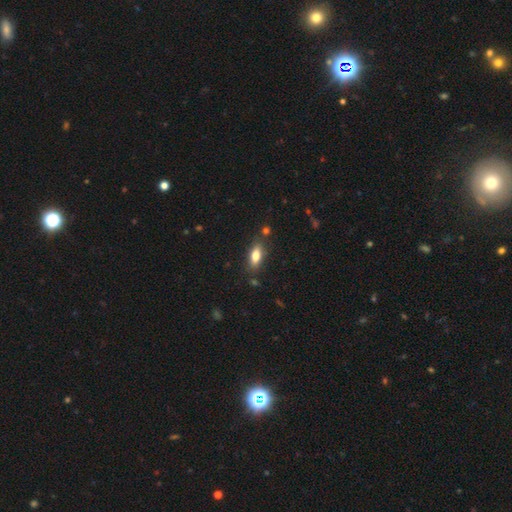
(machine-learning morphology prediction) Smooth or featured?
  - smooth: 78% *
  - featured or disk: 15%
  - star or artifact: 8%
How rounded?
  - in between: 77% *
  - cigar-shaped: 20%
  - round: 3%
Merging?
  - none: 79% *
  - minor disturbance: 14%
  - merger: 4%
  - major disturbance: 3%